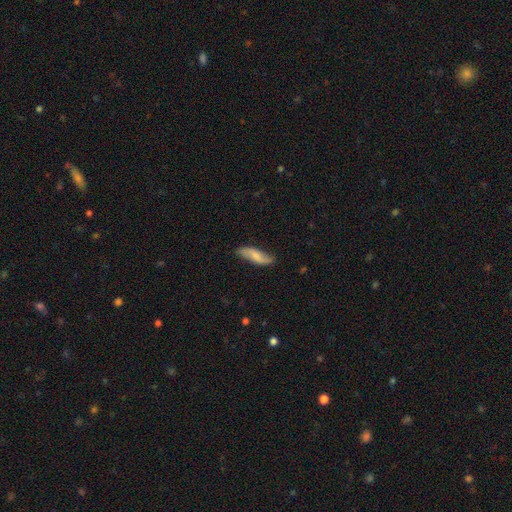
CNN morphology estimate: The model was most divided on "how rounded": in between: 50%, cigar-shaped: 48%, round: 2%. More confident: merging — none (77%); smooth or featured — smooth (58%).